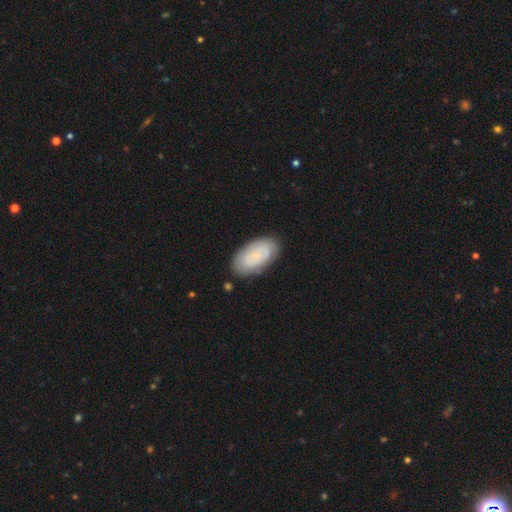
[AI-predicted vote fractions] smooth-or-featured: smooth: 67% | featured or disk: 26% | star or artifact: 7%
  how-rounded: in between: 95% | round: 3% | cigar-shaped: 2%
  merging: none: 80% | minor disturbance: 15% | major disturbance: 3% | merger: 2%